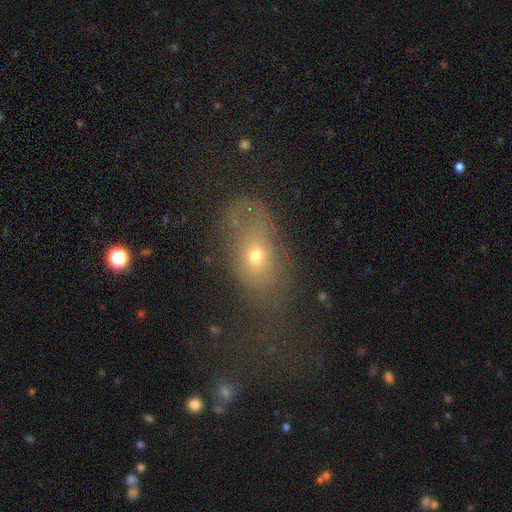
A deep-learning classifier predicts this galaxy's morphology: This is possibly a smooth galaxy (57%). How rounded: likely in between (71%). Merging: marginally none (40%).